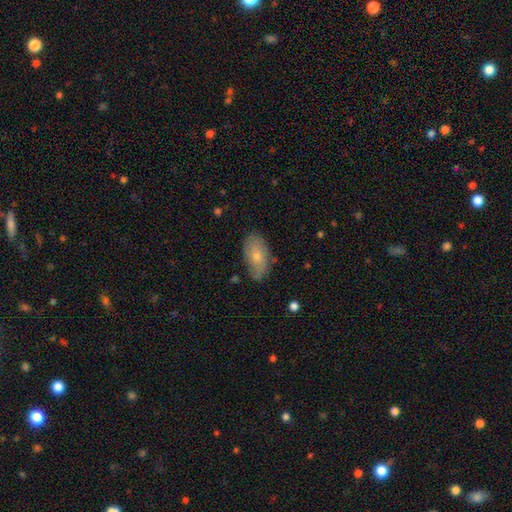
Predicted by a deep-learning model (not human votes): Smooth or featured: smooth — 50% (featured or disk — 40%)
How rounded: in between — 91% (cigar-shaped — 5%)
Merging: none — 77% (minor disturbance — 18%)